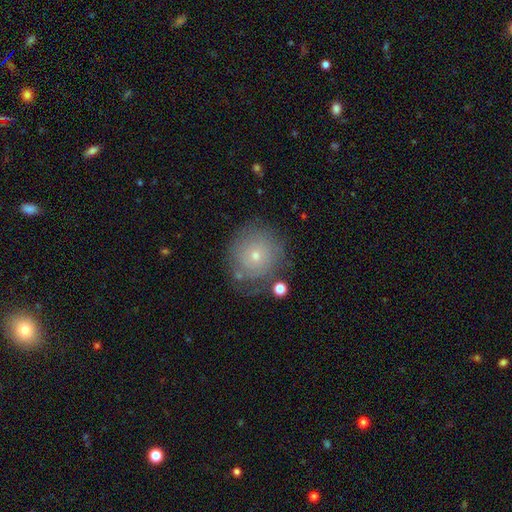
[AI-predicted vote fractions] Smooth or featured: smooth — 54% (featured or disk — 36%)
How rounded: round — 91% (in between — 8%)
Merging: none — 70% (minor disturbance — 18%)